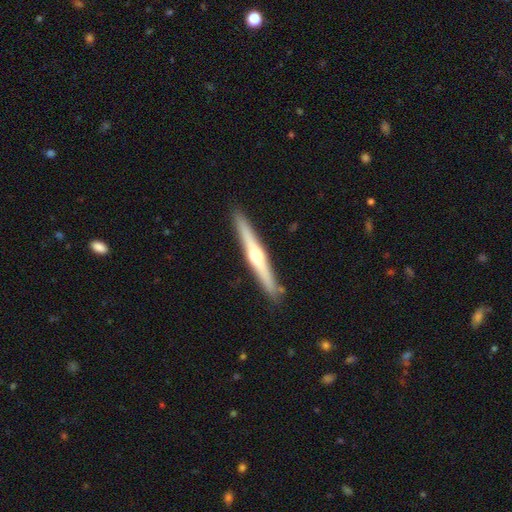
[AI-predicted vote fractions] This is likely a featured or disk galaxy (70%). It is clearly viewed edge-on (98%). Edge-on bulge: clearly rounded (88%). Merging: clearly none (90%).